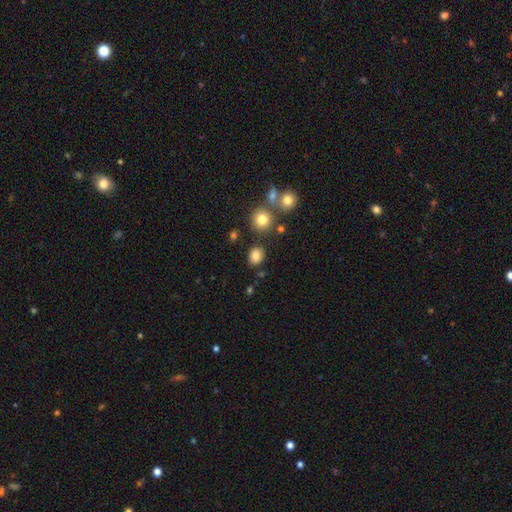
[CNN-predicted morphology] smooth-or-featured: smooth: 82% | star or artifact: 12% | featured or disk: 6%
  how-rounded: in between: 52% | round: 47% | cigar-shaped: 1%
  merging: none: 79% | minor disturbance: 11% | merger: 6% | major disturbance: 4%